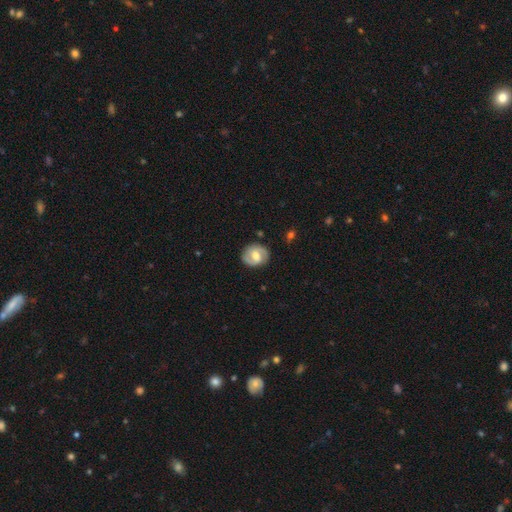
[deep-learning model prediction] featured or disk 71%, smooth 23%, star or artifact 6%. Down the decision tree: edge-on disk — no (97%); bar — weak (51%); spiral arms — yes (89%); spiral arm count — 2 (88%); spiral winding — medium (46%); bulge size — moderate (67%); merging — none (84%).